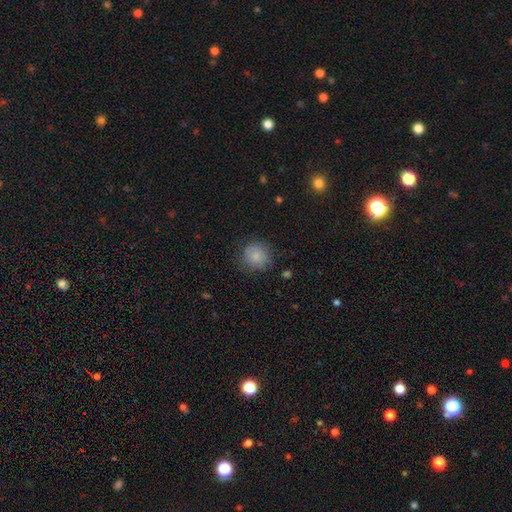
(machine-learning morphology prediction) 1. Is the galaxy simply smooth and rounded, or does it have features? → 81% smooth, 11% featured or disk, 9% star or artifact.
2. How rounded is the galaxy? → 88% round, 11% in between, 1% cigar-shaped.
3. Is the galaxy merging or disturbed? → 75% none, 19% minor disturbance, 6% major disturbance, 1% merger.